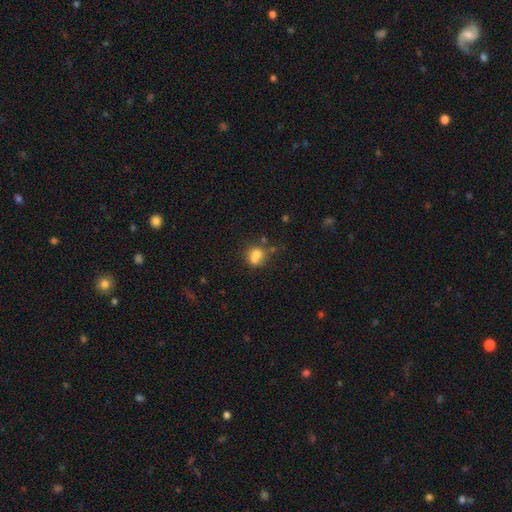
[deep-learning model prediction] Smooth or featured? Predicted: smooth (p=0.69). How rounded? Predicted: round (p=0.62). Merging? Predicted: merger (p=0.41).